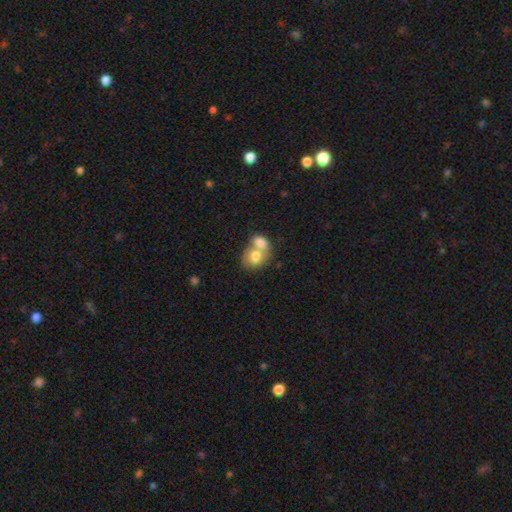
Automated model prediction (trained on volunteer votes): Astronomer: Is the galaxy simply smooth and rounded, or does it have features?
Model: smooth — 74%.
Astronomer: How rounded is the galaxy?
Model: round — 53% (runner-up: in between, 46%).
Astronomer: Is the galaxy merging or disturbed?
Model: merger — 70%.